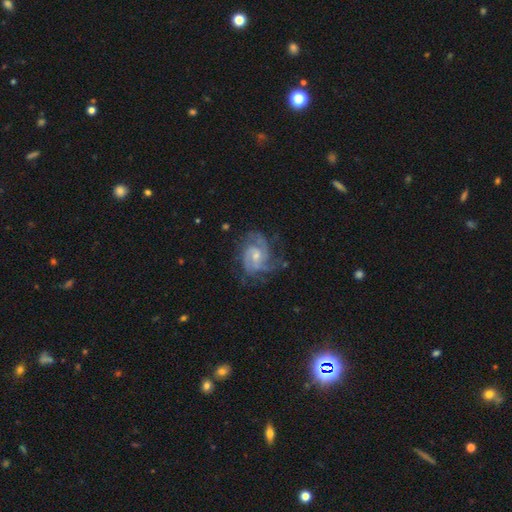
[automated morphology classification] Q: Smooth or featured?
A: featured or disk (86%); runner-up: smooth (9%)
Q: Edge-on disk?
A: no (98%); runner-up: yes (2%)
Q: Bar?
A: no (47%); runner-up: weak (46%)
Q: Spiral arms?
A: yes (95%); runner-up: no (5%)
Q: Spiral winding?
A: medium (46%); runner-up: tight (41%)
Q: Spiral arm count?
A: 2 (38%); runner-up: 3 (27%)
Q: Bulge size?
A: small (48%); runner-up: moderate (44%)
Q: Merging?
A: none (60%); runner-up: minor disturbance (22%)